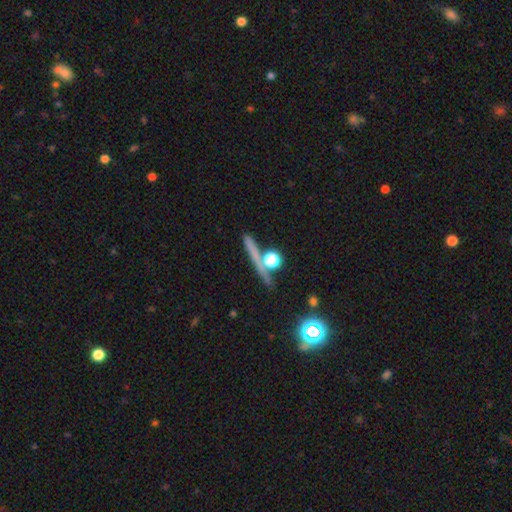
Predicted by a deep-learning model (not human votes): A smooth galaxy with no disk features (42%). Merging: none (73%).